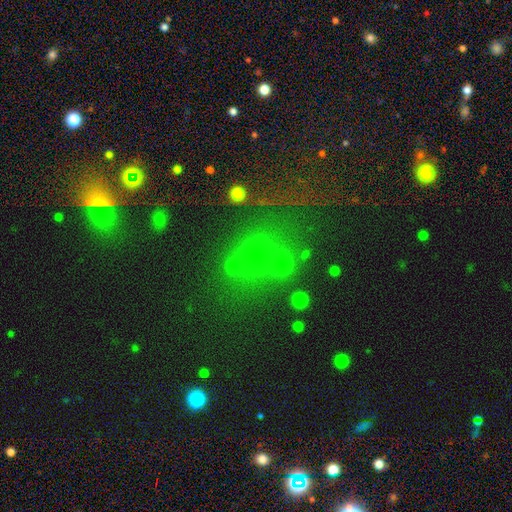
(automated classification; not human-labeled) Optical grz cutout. It shows a smooth galaxy with no disk features (55%) that is round (88%). Merging: none (67%).